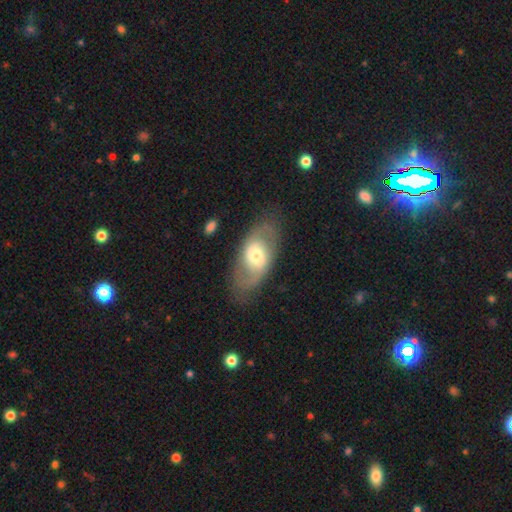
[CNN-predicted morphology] A featured or disk galaxy (58%) with no bar (47%), spiral arms (64%) and a moderate central bulge (58%). Merging: none (76%).